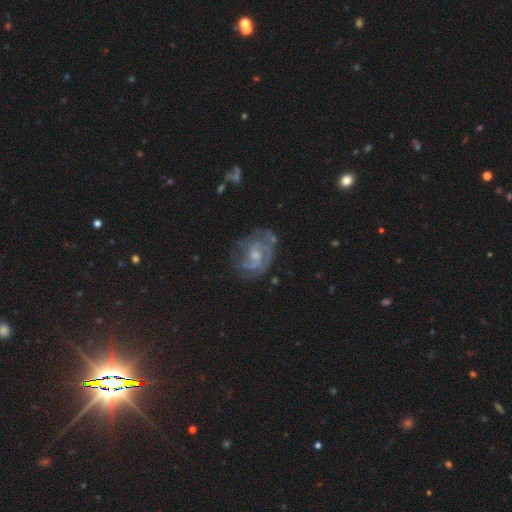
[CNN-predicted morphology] Overall: featured or disk (85%). Edge-on disk: no (98%). Bar: no (54%; weak 40%). Spiral arms: yes (93%). Spiral arm count: 2 (50%; can't tell 21%). Spiral winding: tight (46%; medium 42%). Bulge size: small (49%; moderate 40%). Merging: none (63%).